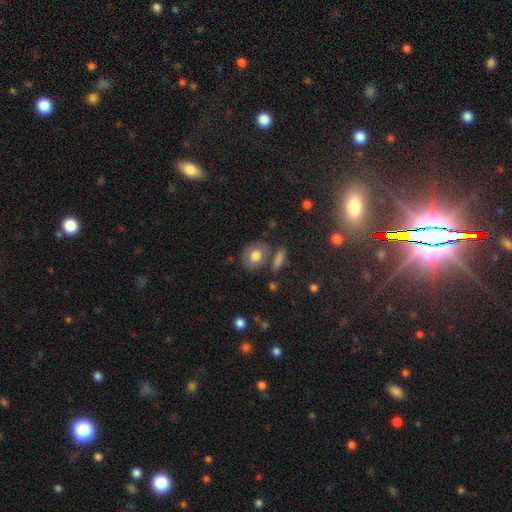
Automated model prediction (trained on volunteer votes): Smooth or featured? smooth (73%)
How rounded? in between (54%)
Merging? none (69%)